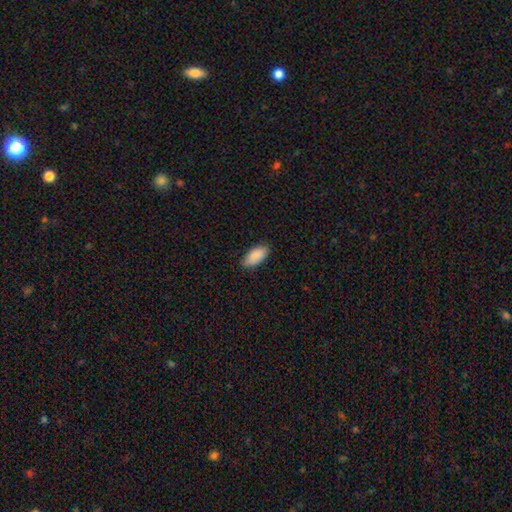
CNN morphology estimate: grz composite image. It shows a smooth galaxy with no disk features (90%) that is in between round and cigar-shaped (91%). Merging: none (84%).